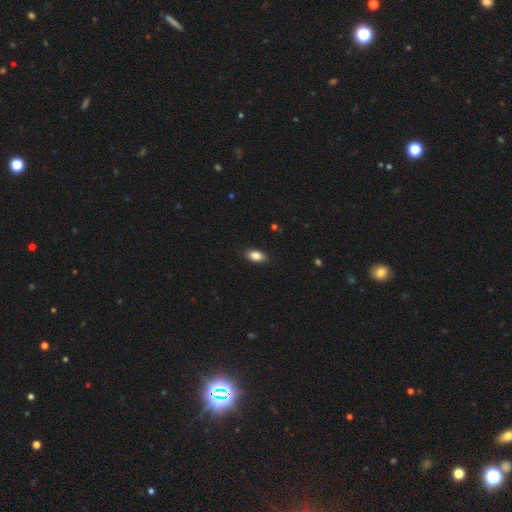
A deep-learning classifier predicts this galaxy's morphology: A smooth galaxy with no disk features (85%) that is in between round and cigar-shaped (91%).

Vote fractions:
- Smooth or featured? smooth: 85% / star or artifact: 8% / featured or disk: 7%
- How rounded? in between: 91% / round: 6% / cigar-shaped: 3%
- Merging? none: 89% / minor disturbance: 8% / major disturbance: 2% / merger: 1%